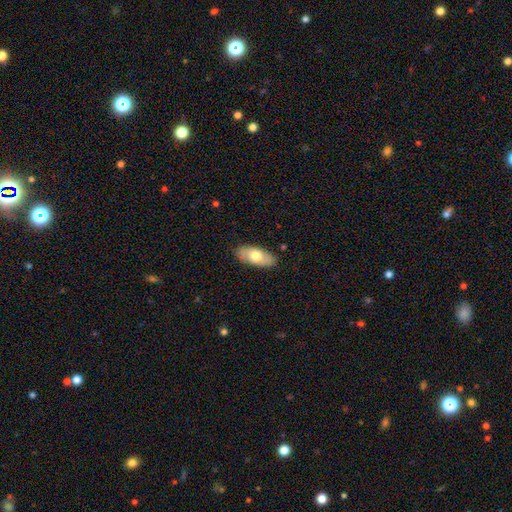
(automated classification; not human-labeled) A smooth galaxy with no disk features (68%) that is in between round and cigar-shaped (89%).

Vote fractions:
- Smooth or featured? smooth: 68% / featured or disk: 26% / star or artifact: 6%
- How rounded? in between: 89% / cigar-shaped: 9% / round: 3%
- Merging? none: 87% / minor disturbance: 10% / major disturbance: 2% / merger: 1%